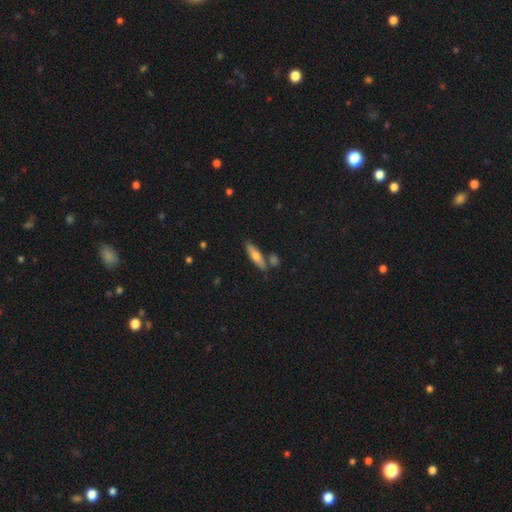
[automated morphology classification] Smooth or featured? Predicted: smooth (p=0.60). How rounded? Predicted: cigar-shaped (p=0.75). Merging? Predicted: none (p=0.76).